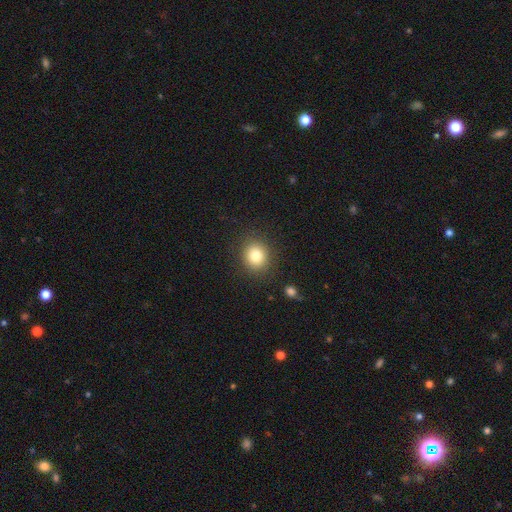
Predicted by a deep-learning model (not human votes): smooth 82%, star or artifact 10%, featured or disk 8%. Down the decision tree: how rounded — round (75%); merging — none (87%).